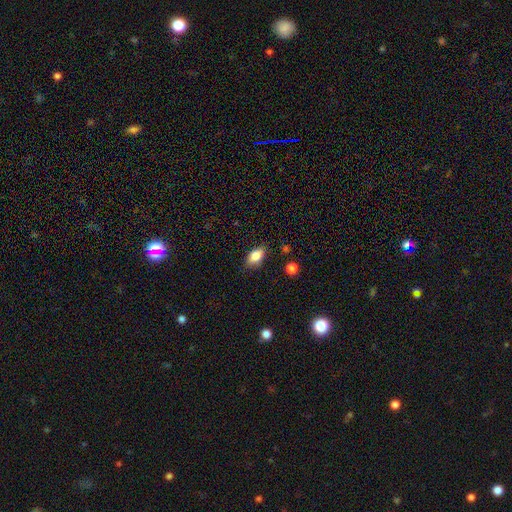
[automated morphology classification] type=smooth (80%); roundness=in between (87%); merging=none (81%).